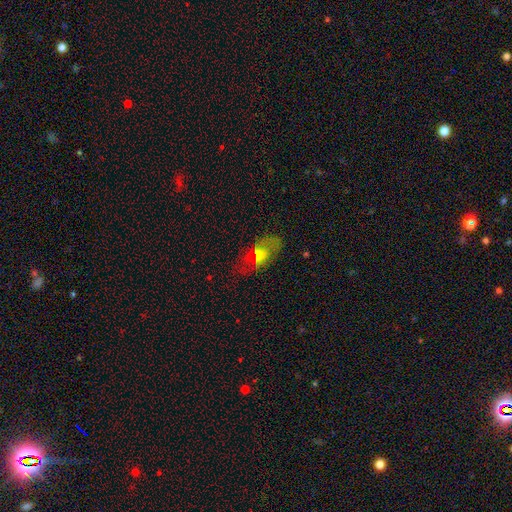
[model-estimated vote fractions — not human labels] Morphology: type=smooth (46%); merging=none (68%).